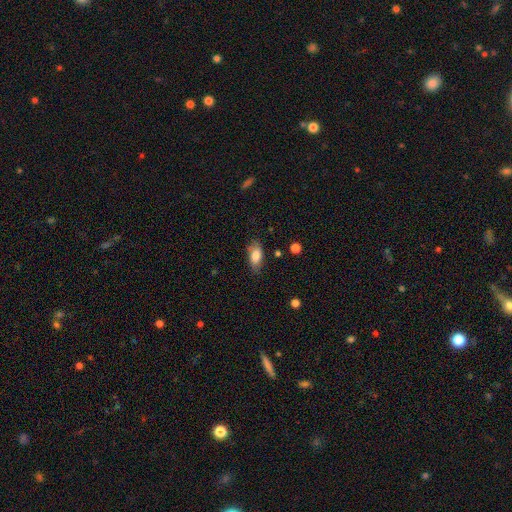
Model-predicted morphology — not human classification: Smooth or featured: smooth — 81% (featured or disk — 12%)
How rounded: in between — 88% (cigar-shaped — 8%)
Merging: none — 76% (minor disturbance — 18%)